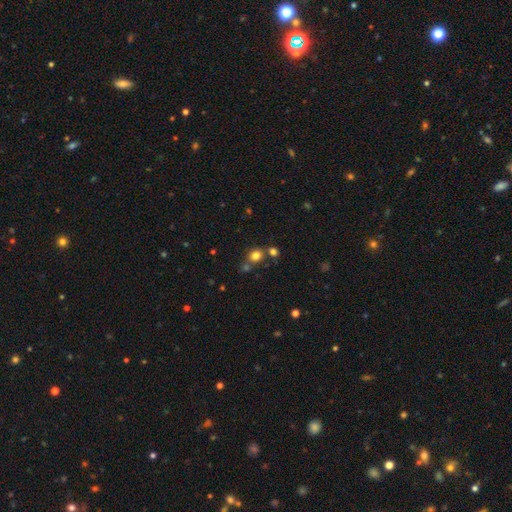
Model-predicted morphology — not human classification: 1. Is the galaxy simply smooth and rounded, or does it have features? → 77% smooth, 16% star or artifact, 7% featured or disk.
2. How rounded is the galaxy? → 74% round, 25% in between, 1% cigar-shaped.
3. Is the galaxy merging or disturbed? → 66% none, 19% merger, 10% minor disturbance, 4% major disturbance.